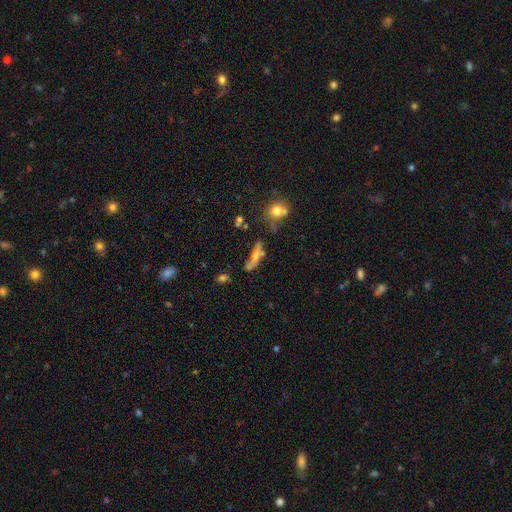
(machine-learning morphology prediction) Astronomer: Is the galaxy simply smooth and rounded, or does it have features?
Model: smooth — 47% (runner-up: featured or disk, 40%).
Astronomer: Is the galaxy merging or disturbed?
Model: none — 36% (runner-up: minor disturbance, 22%).